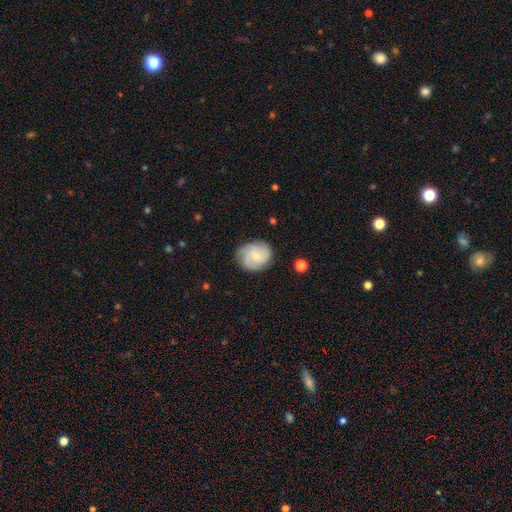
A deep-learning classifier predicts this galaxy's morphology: smooth_or_featured: featured or disk (p=0.64) [alt: smooth p=0.29]
disk_edge_on: no (p=0.98) [alt: yes p=0.02]
bar: no (p=0.68) [alt: weak p=0.29]
has_spiral_arms: yes (p=0.93) [alt: no p=0.07]
spiral_winding: tight (p=0.46) [alt: medium p=0.41]
spiral_arm_count: 3 (p=0.37) [alt: can't tell p=0.23]
bulge_size: small (p=0.59) [alt: moderate p=0.30]
merging: none (p=0.77) [alt: minor disturbance p=0.17]